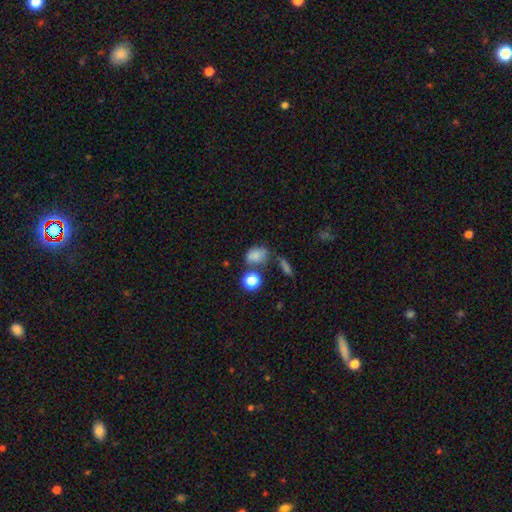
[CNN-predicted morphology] A smooth galaxy with no disk features (78%) that is in between round and cigar-shaped (64%).

Vote fractions:
- Smooth or featured? smooth: 78% / star or artifact: 13% / featured or disk: 10%
- How rounded? in between: 64% / round: 34% / cigar-shaped: 2%
- Merging? none: 48% / minor disturbance: 22% / merger: 20% / major disturbance: 10%